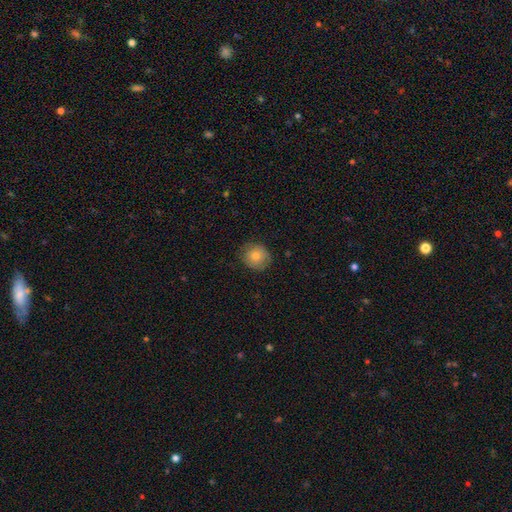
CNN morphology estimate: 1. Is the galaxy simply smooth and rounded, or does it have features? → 76% smooth, 14% featured or disk, 10% star or artifact.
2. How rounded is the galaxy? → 87% round, 12% in between, 1% cigar-shaped.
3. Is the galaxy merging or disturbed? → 83% none, 13% minor disturbance, 3% major disturbance, 1% merger.